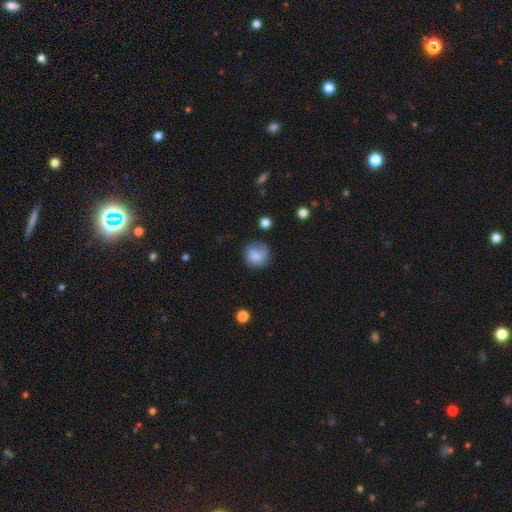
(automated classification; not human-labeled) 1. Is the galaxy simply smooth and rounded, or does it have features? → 77% smooth, 14% featured or disk, 9% star or artifact.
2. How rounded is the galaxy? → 82% round, 17% in between, 1% cigar-shaped.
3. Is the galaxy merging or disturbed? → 60% none, 25% minor disturbance, 12% major disturbance, 3% merger.